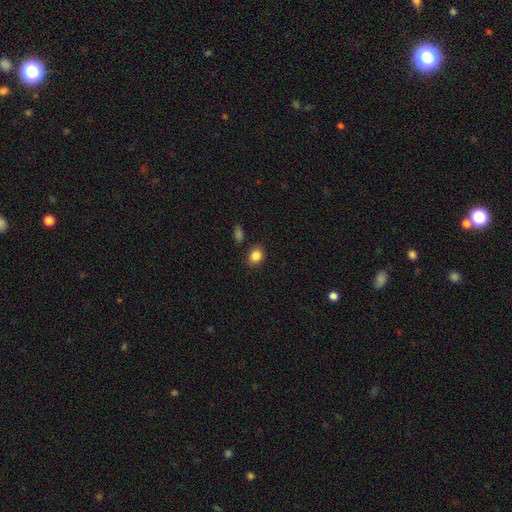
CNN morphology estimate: Smooth or featured? Predicted: smooth (p=0.85). How rounded? Predicted: round (p=0.58). Merging? Predicted: none (p=0.84).